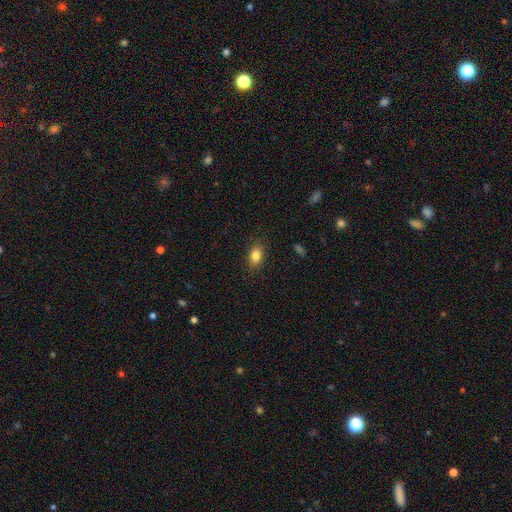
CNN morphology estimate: Smooth or featured? Predicted: smooth (p=0.84). How rounded? Predicted: in between (p=0.83). Merging? Predicted: none (p=0.87).